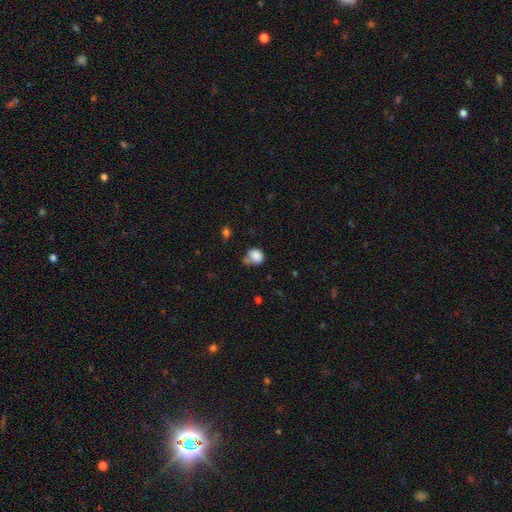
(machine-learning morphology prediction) The model was most divided on "merging": none: 45%, minor disturbance: 30%, merger: 13%, major disturbance: 12%. More confident: smooth or featured — smooth (84%); how rounded — round (58%).